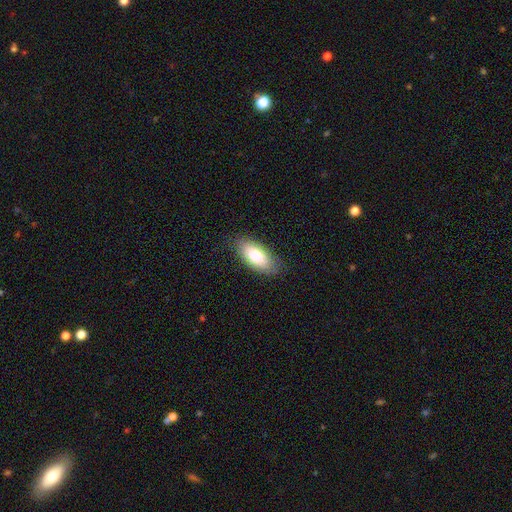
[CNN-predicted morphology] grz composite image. It shows a smooth galaxy with no disk features (81%) that is in between round and cigar-shaped (88%). Merging: none (83%).